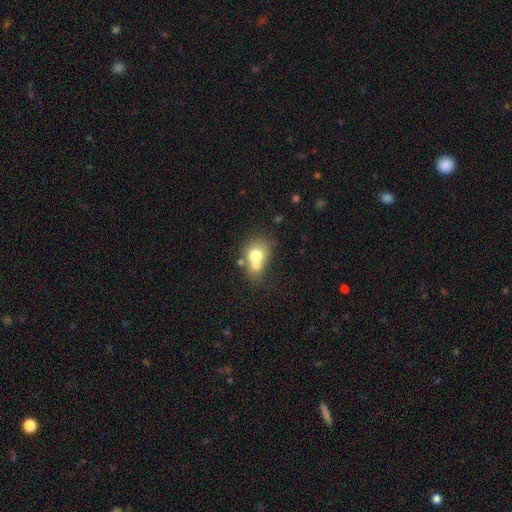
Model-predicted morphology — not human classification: smooth_or_featured: smooth (p=0.67) [alt: featured or disk p=0.23]
how_rounded: round (p=0.57) [alt: in between p=0.42]
merging: merger (p=0.57) [alt: none p=0.28]